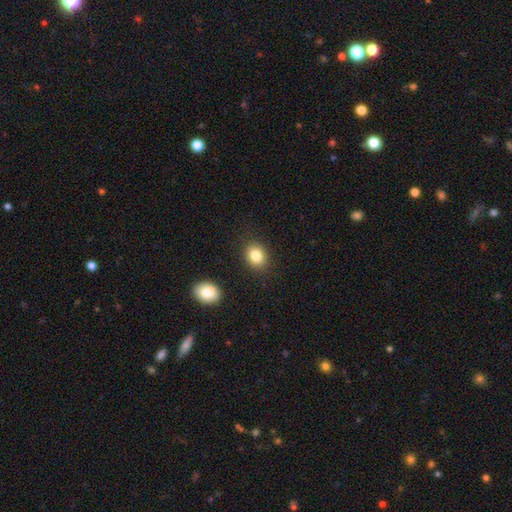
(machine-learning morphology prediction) Smooth or featured? Predicted: smooth (p=0.84). How rounded? Predicted: round (p=0.53). Merging? Predicted: none (p=0.86).